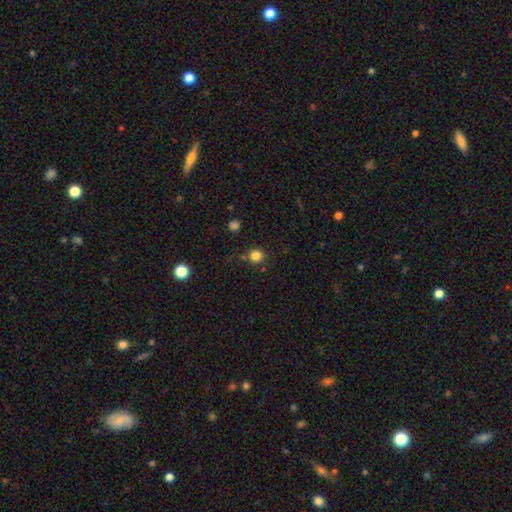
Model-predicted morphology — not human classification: A smooth galaxy with no disk features (82%) that is round (92%). Merging: none (81%).